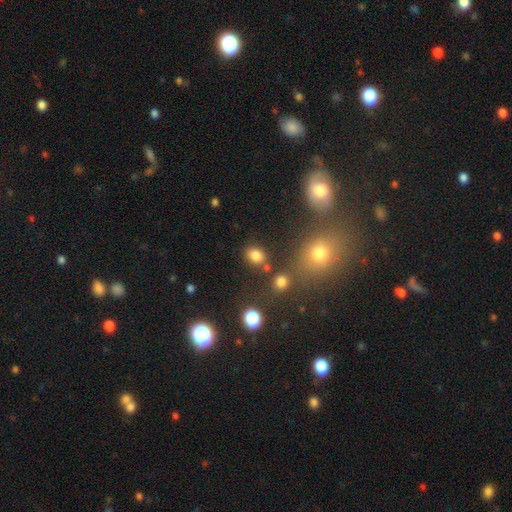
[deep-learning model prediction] Morphology: type=smooth (81%); roundness=in between (59%); merging=none (74%).